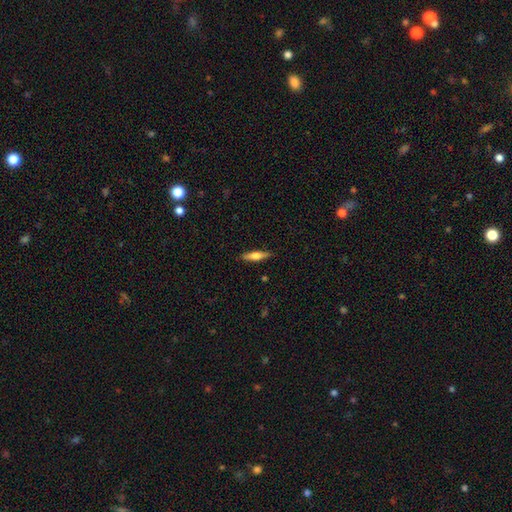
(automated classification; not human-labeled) This is possibly a smooth galaxy (52%). How rounded: likely cigar-shaped (74%). Merging: clearly none (89%).